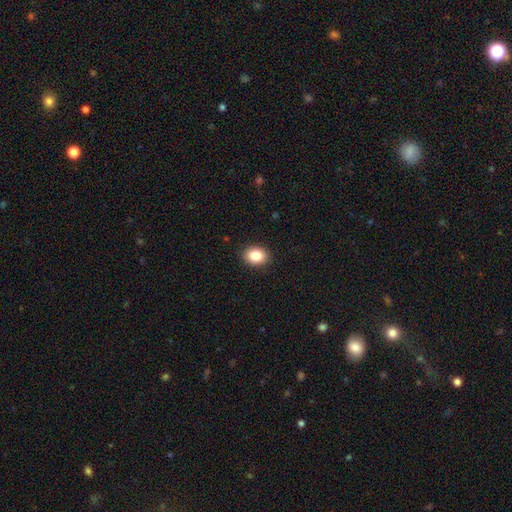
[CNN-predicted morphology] type=smooth (85%); roundness=in between (57%); merging=none (89%).